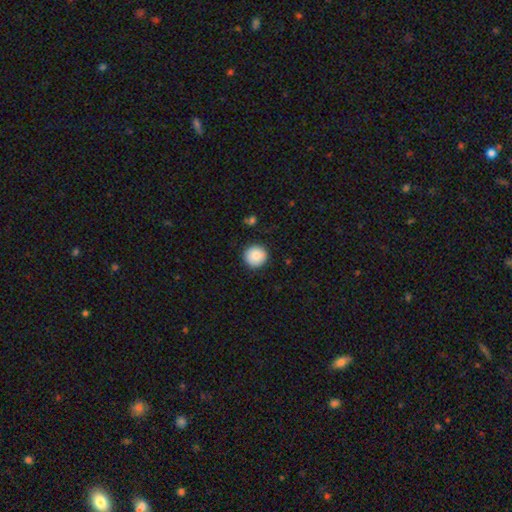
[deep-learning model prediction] Smooth or featured? Predicted: smooth (p=0.88). How rounded? Predicted: round (p=0.95). Merging? Predicted: none (p=0.91).